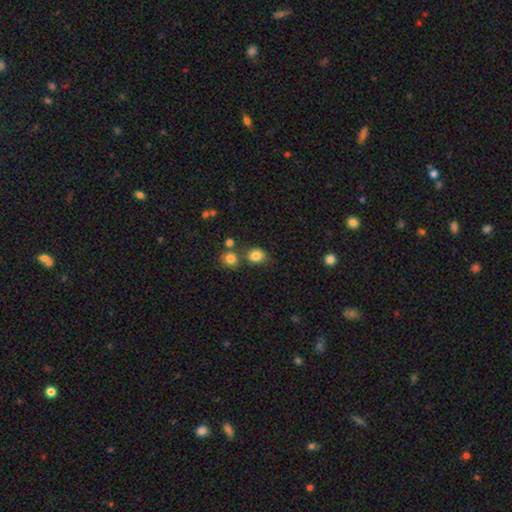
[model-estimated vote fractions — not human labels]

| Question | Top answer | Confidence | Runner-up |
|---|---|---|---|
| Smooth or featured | smooth | 82% | star or artifact (12%) |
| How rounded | round | 67% | in between (32%) |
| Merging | none | 65% | minor disturbance (16%) |